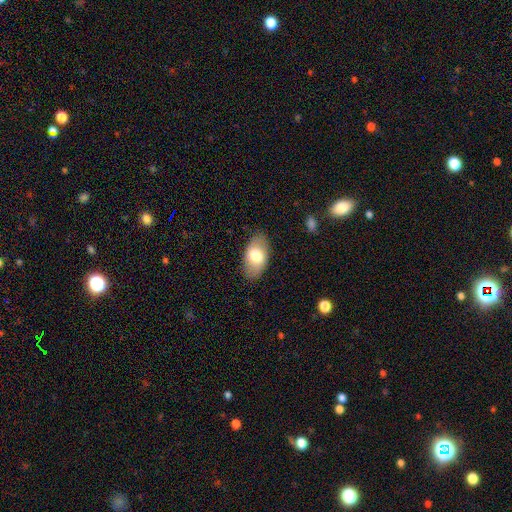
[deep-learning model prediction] smooth_or_featured: smooth (p=0.72) [alt: featured or disk p=0.21]
how_rounded: in between (p=0.94) [alt: round p=0.05]
merging: none (p=0.85) [alt: minor disturbance p=0.11]